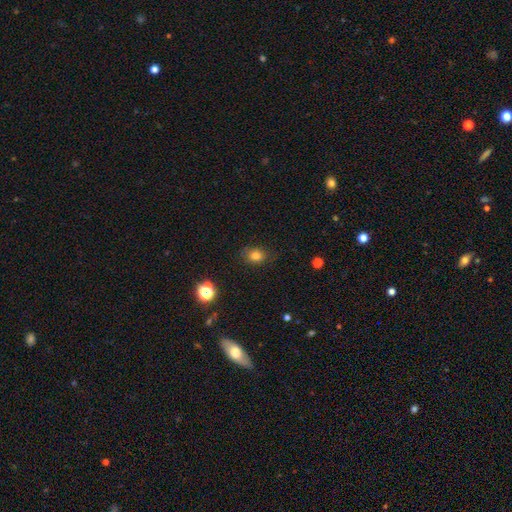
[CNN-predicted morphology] Q: Smooth or featured?
A: smooth (77%); runner-up: star or artifact (16%)
Q: How rounded?
A: in between (50%); runner-up: round (49%)
Q: Merging?
A: none (80%); runner-up: minor disturbance (15%)